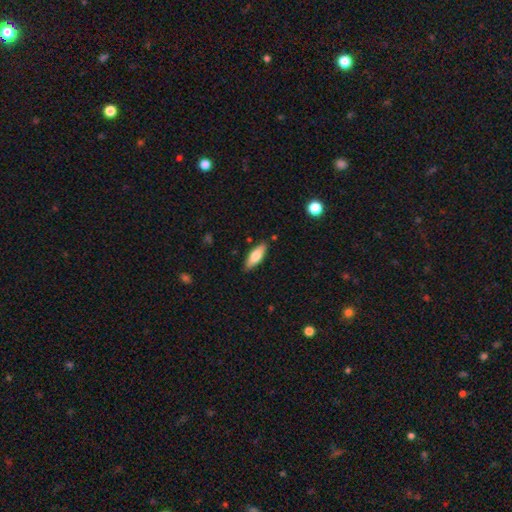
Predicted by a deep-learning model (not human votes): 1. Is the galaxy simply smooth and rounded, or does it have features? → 71% smooth, 23% featured or disk, 6% star or artifact.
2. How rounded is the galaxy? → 61% in between, 37% cigar-shaped, 2% round.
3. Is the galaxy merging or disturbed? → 86% none, 11% minor disturbance, 2% major disturbance, 2% merger.